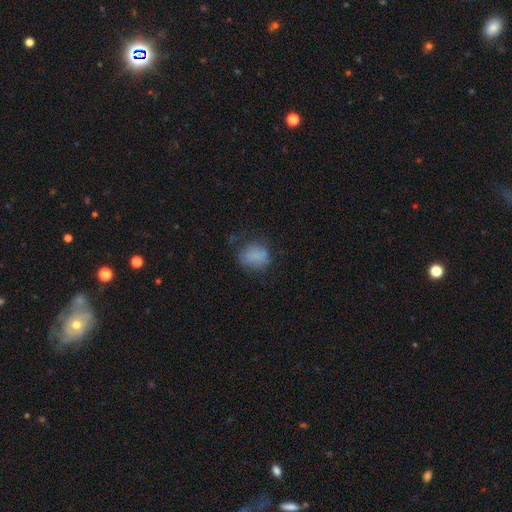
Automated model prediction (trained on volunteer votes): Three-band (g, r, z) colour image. It shows a smooth galaxy with no disk features (77%) that is round (58%). Merging: none (59%).